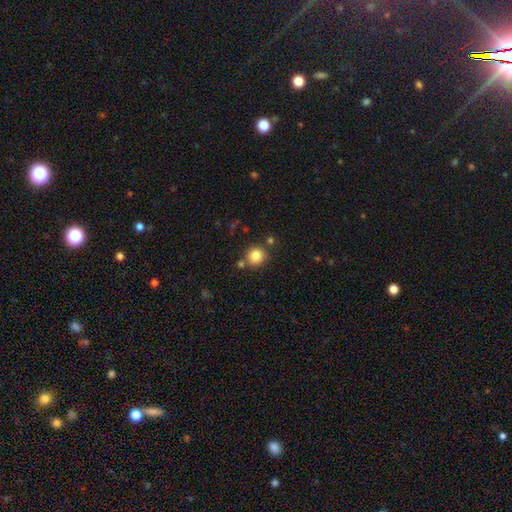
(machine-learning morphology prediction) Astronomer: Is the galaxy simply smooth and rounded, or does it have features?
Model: smooth — 84%.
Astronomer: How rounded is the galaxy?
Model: round — 91%.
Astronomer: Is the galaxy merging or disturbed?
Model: none — 78%.